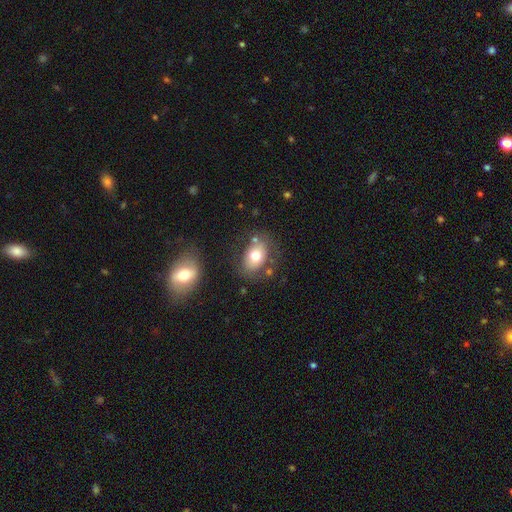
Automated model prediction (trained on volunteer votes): Smooth or featured? Predicted: smooth (p=0.70). How rounded? Predicted: in between (p=0.74). Merging? Predicted: none (p=0.69).